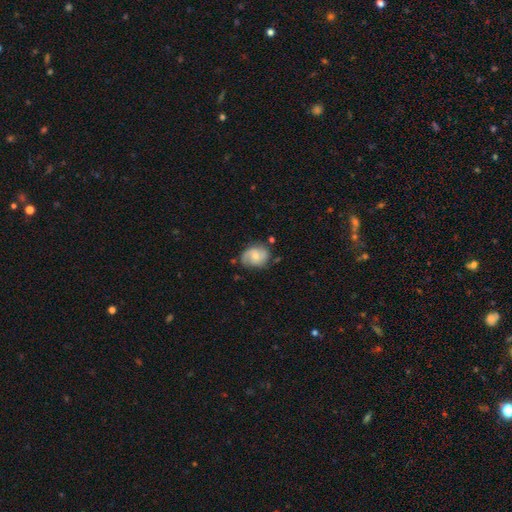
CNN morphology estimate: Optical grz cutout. It shows a featured or disk galaxy (54%) with no bar (63%), spiral arms (87%) and a small central bulge (46%, tied with moderate). Merging: none (64%).